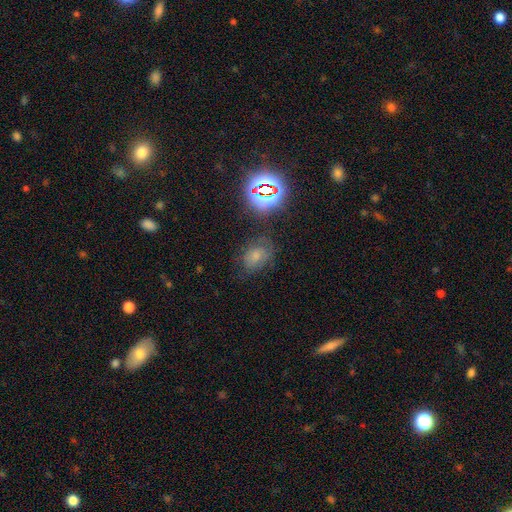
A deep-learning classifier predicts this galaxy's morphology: This is possibly a smooth galaxy (57%). How rounded: likely in between (72%). Merging: likely none (64%).